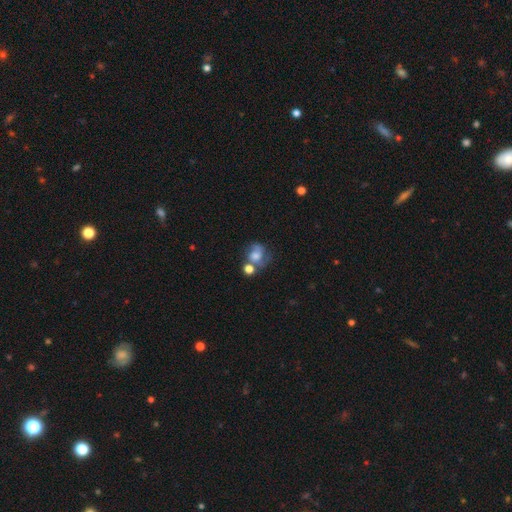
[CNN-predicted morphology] smooth 46%, featured or disk 42%, star or artifact 12%. Down the decision tree: merging — none (35%).